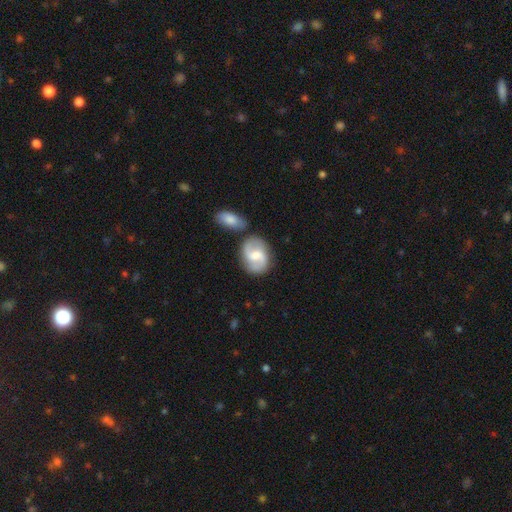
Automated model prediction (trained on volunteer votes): smooth_or_featured: featured or disk (p=0.71) [alt: smooth p=0.23]
disk_edge_on: no (p=0.97) [alt: yes p=0.03]
bar: weak (p=0.55) [alt: no p=0.31]
has_spiral_arms: yes (p=0.93) [alt: no p=0.07]
spiral_winding: medium (p=0.46) [alt: loose p=0.41]
spiral_arm_count: 2 (p=0.90) [alt: can't tell p=0.05]
bulge_size: moderate (p=0.53) [alt: small p=0.34]
merging: none (p=0.71) [alt: minor disturbance p=0.14]